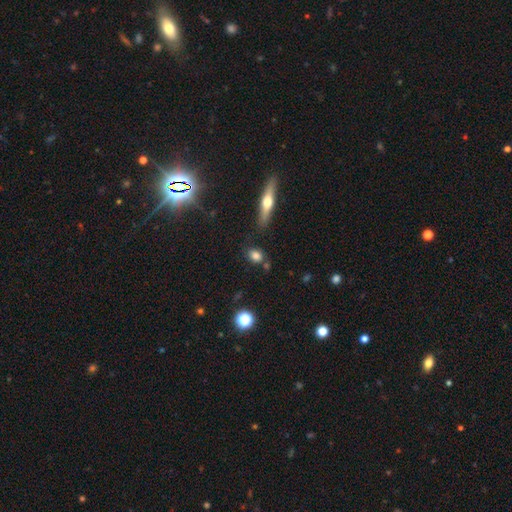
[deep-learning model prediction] Q: Smooth or featured?
A: smooth (78%); runner-up: star or artifact (11%)
Q: How rounded?
A: in between (50%); runner-up: round (45%)
Q: Merging?
A: none (75%); runner-up: minor disturbance (14%)